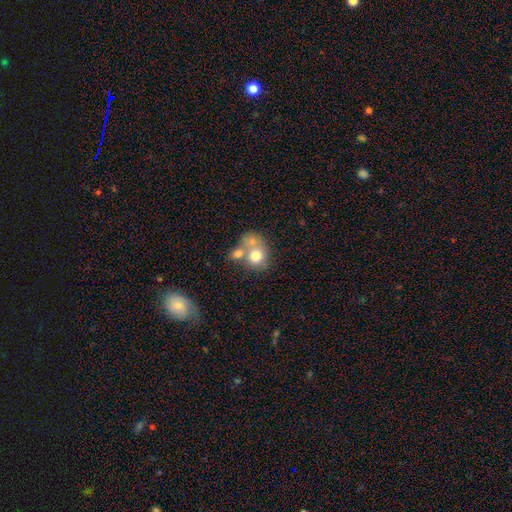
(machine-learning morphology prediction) Smooth or featured: smooth — 71% (featured or disk — 19%)
How rounded: round — 67% (in between — 32%)
Merging: merger — 52% (none — 32%)